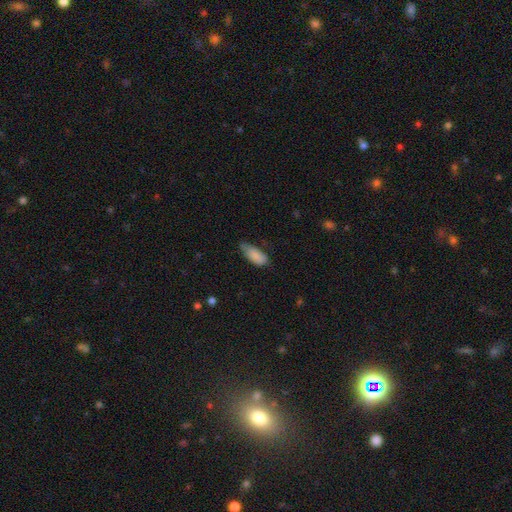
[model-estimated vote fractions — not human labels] smooth_or_featured: smooth (p=0.86) [alt: featured or disk p=0.07]
how_rounded: in between (p=0.86) [alt: cigar-shaped p=0.12]
merging: none (p=0.46) [alt: minor disturbance p=0.43]